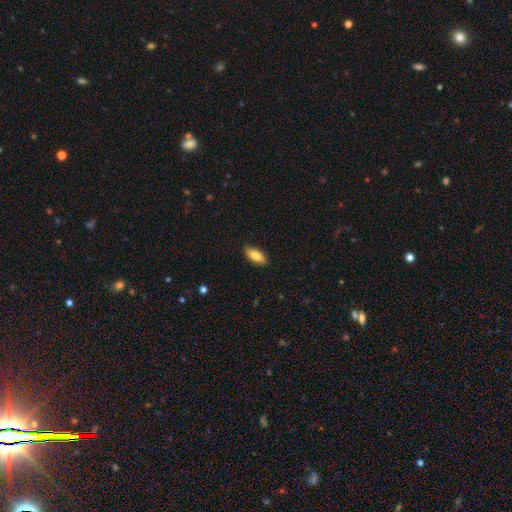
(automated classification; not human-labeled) smooth-or-featured: smooth: 82% | featured or disk: 12% | star or artifact: 6%
  how-rounded: in between: 82% | cigar-shaped: 16% | round: 2%
  merging: none: 90% | minor disturbance: 8% | major disturbance: 2% | merger: 1%